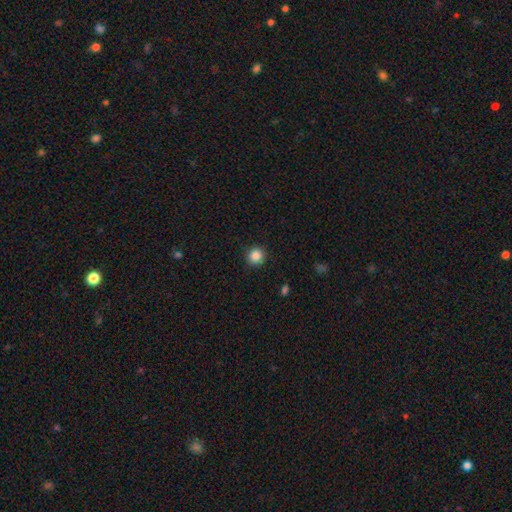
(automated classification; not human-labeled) This appears to be a smooth galaxy with no disk features (86%) that is round (94%). Merging: none (92%).